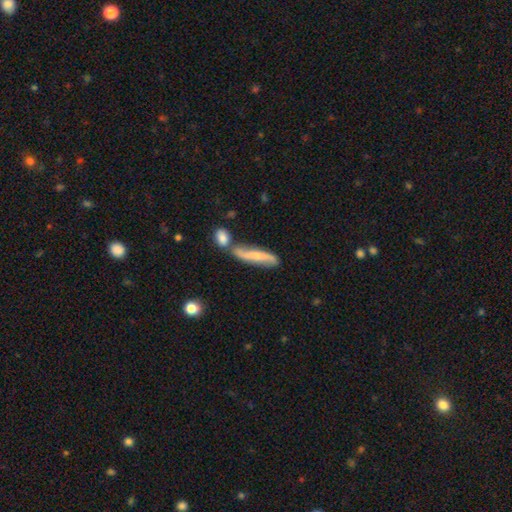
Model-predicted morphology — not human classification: Smooth or featured?
  - featured or disk: 61% *
  - smooth: 33%
  - star or artifact: 6%
Edge-on disk?
  - no: 61% *
  - yes: 39%
Merging?
  - none: 56% *
  - merger: 24%
  - minor disturbance: 16%
  - major disturbance: 5%